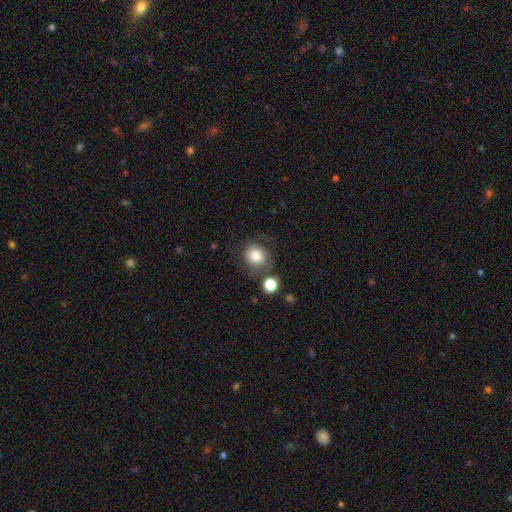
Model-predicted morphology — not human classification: Smooth or featured: smooth — 80% (featured or disk — 11%)
How rounded: round — 76% (in between — 23%)
Merging: none — 64% (minor disturbance — 18%)